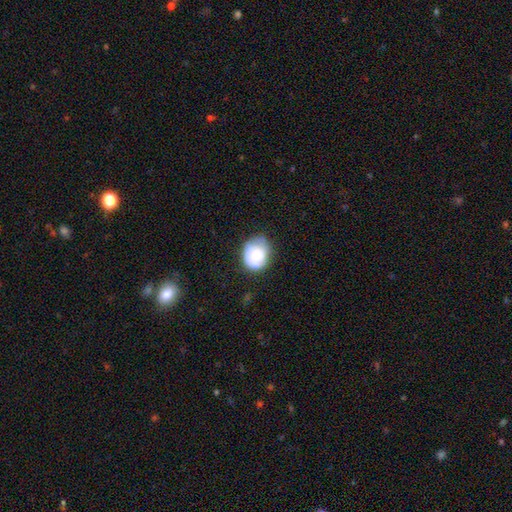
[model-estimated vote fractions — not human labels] Smooth or featured? Predicted: smooth (p=0.67). How rounded? Predicted: round (p=0.57). Merging? Predicted: none (p=0.55).